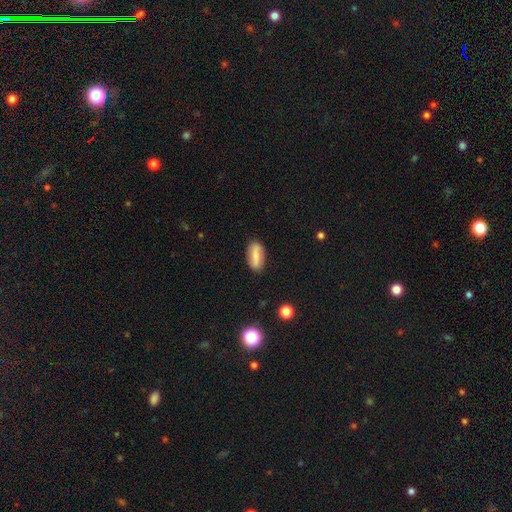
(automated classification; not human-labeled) Smooth or featured?
  - smooth: 66% *
  - featured or disk: 27%
  - star or artifact: 7%
How rounded?
  - in between: 78% *
  - cigar-shaped: 18%
  - round: 4%
Merging?
  - none: 85% *
  - minor disturbance: 11%
  - major disturbance: 3%
  - merger: 2%